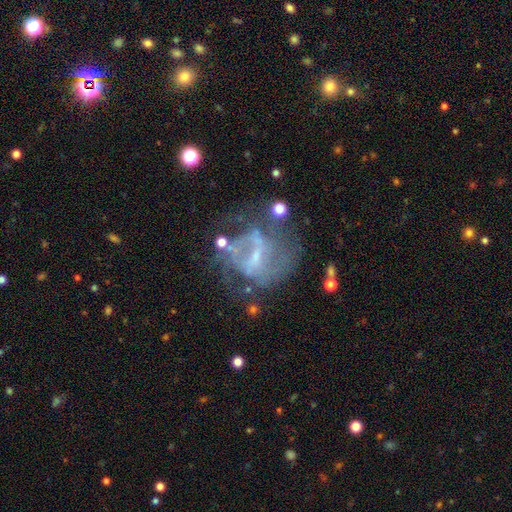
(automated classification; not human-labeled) A featured or disk galaxy (72%) with a weak bar (47%), spiral arms (58%) and a small central bulge (51%). Merging: none (44%).